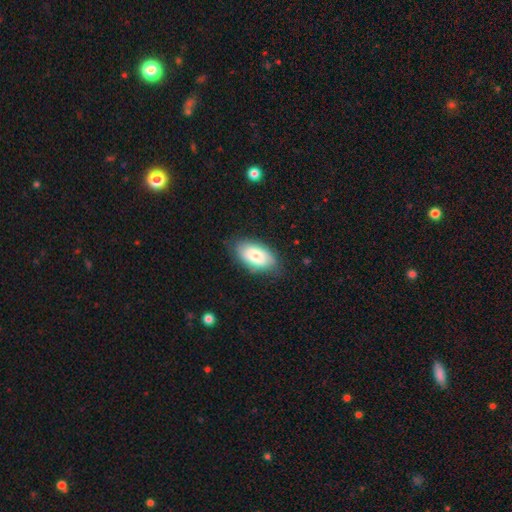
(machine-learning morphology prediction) Smooth or featured? Predicted: smooth (p=0.73). How rounded? Predicted: in between (p=0.94). Merging? Predicted: none (p=0.77).